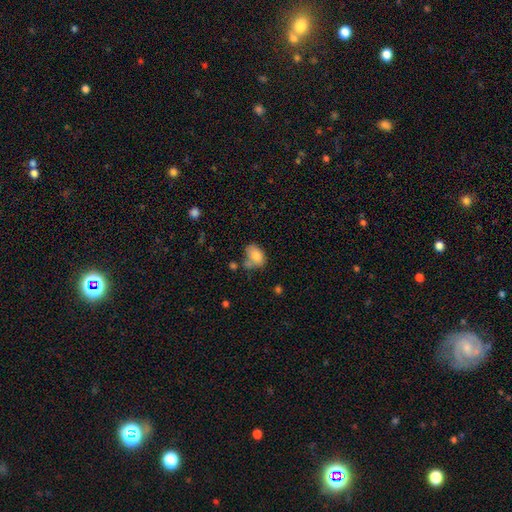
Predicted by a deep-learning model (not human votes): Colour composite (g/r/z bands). It shows a smooth galaxy with no disk features (80%) that is in between round and cigar-shaped (82%). Merging: none (46%).